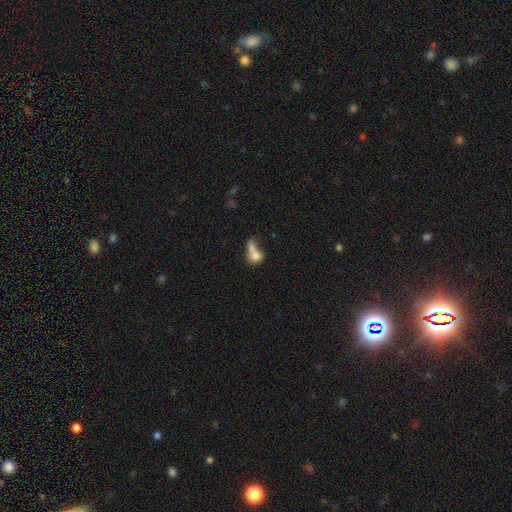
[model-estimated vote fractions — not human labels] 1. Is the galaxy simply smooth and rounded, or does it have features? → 72% smooth, 18% featured or disk, 10% star or artifact.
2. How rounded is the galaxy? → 57% round, 38% in between, 4% cigar-shaped.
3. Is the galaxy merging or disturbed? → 61% merger, 22% none, 9% major disturbance, 8% minor disturbance.